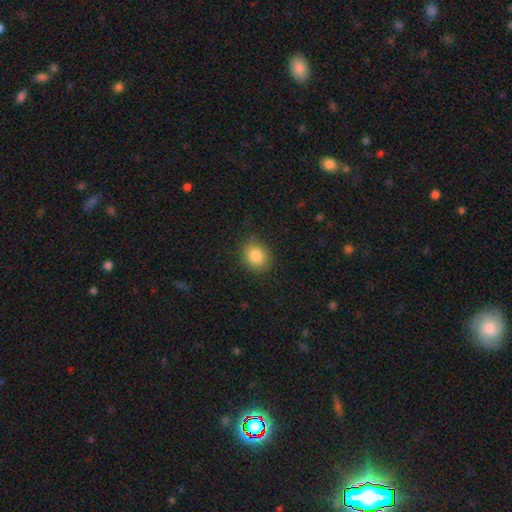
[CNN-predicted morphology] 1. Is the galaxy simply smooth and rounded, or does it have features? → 83% smooth, 10% star or artifact, 7% featured or disk.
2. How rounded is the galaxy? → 67% round, 32% in between, 1% cigar-shaped.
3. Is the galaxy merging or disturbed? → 82% none, 14% minor disturbance, 3% major disturbance, 1% merger.